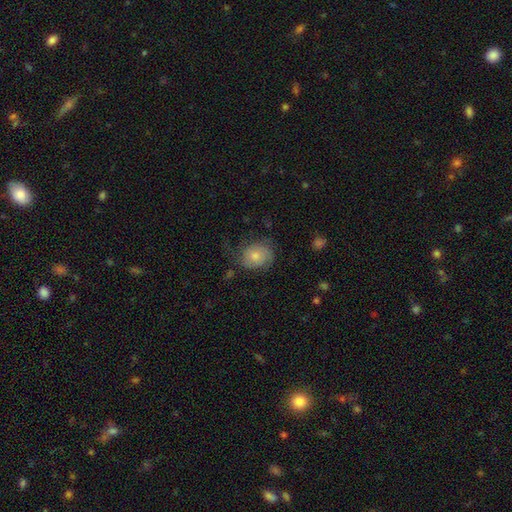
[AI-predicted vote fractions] Smooth or featured: smooth — 54% (featured or disk — 38%)
How rounded: round — 66% (in between — 33%)
Merging: none — 52% (minor disturbance — 27%)